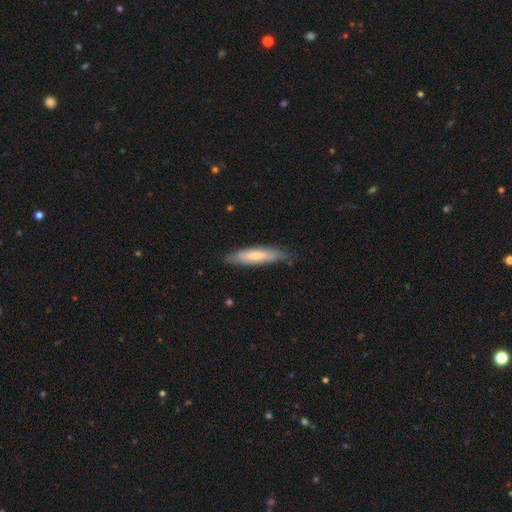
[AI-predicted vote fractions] A smooth galaxy with no disk features (59%) that is cigar-shaped (75%). Merging: none (76%).